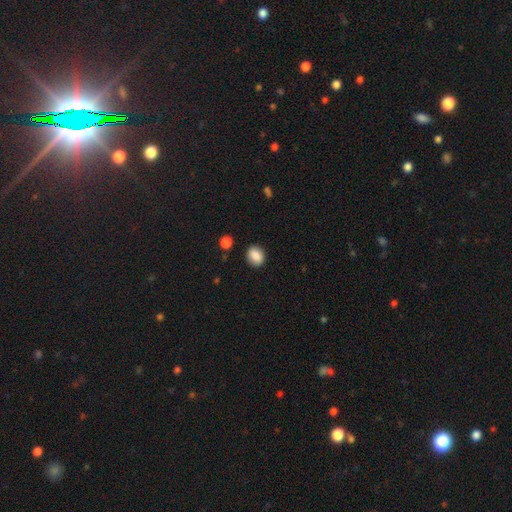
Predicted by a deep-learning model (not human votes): Q: Smooth or featured?
A: smooth (87%); runner-up: star or artifact (8%)
Q: How rounded?
A: round (55%); runner-up: in between (44%)
Q: Merging?
A: none (87%); runner-up: minor disturbance (9%)